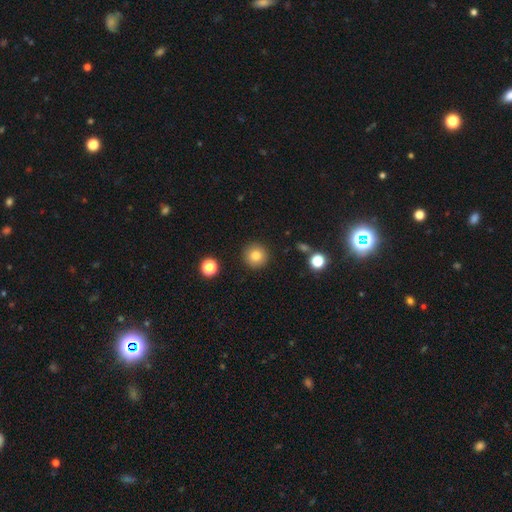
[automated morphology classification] Smooth or featured? Predicted: smooth (p=0.83). How rounded? Predicted: round (p=0.95). Merging? Predicted: none (p=0.91).